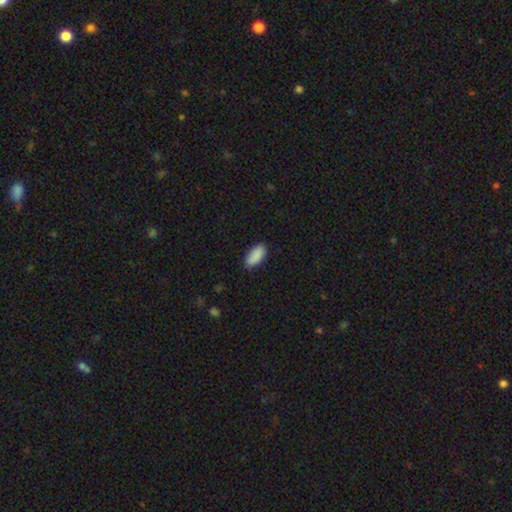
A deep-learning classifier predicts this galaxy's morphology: This appears to be a smooth galaxy with no disk features (90%) that is in between round and cigar-shaped (88%). Merging: none (83%).